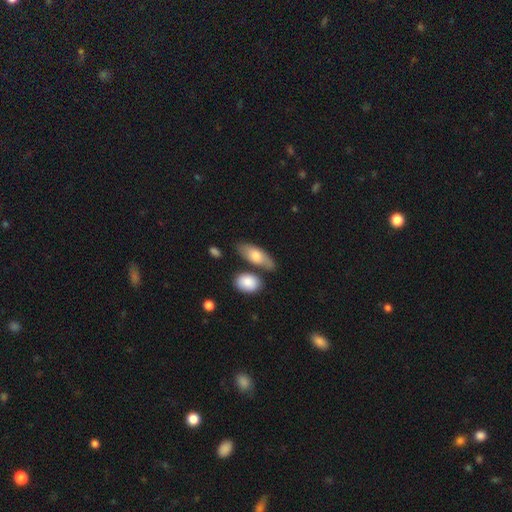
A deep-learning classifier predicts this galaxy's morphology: smooth_or_featured: smooth (p=0.72) [alt: featured or disk p=0.23]
how_rounded: in between (p=0.77) [alt: cigar-shaped p=0.19]
merging: none (p=0.60) [alt: minor disturbance p=0.18]